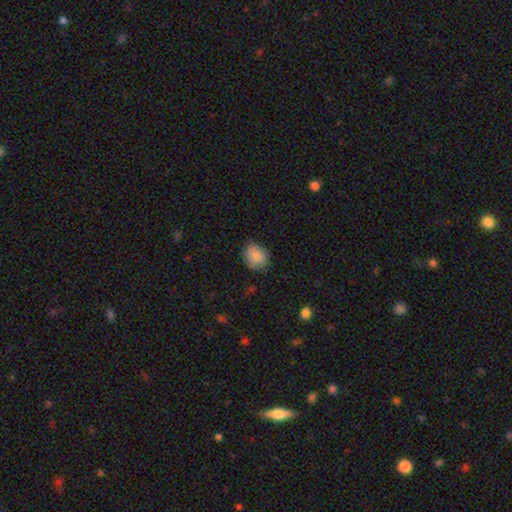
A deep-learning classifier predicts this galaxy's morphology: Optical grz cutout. It shows a smooth galaxy with no disk features (86%) that is round (59%). Merging: none (76%).